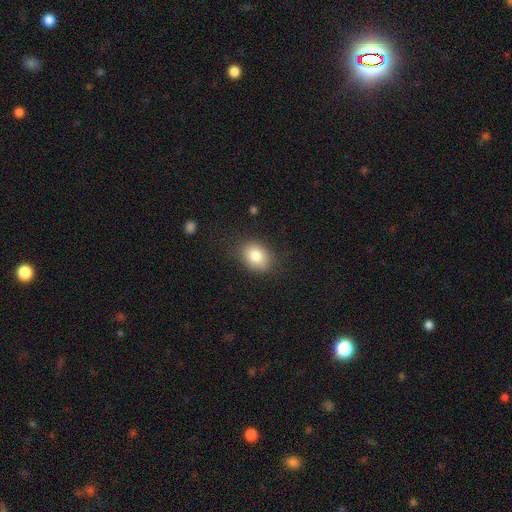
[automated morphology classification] A smooth galaxy with no disk features (83%) that is in between round and cigar-shaped (63%). Merging: none (82%).